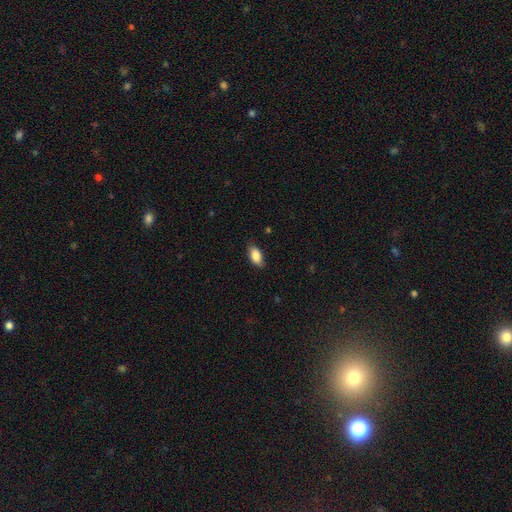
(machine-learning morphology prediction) smooth_or_featured: smooth (p=0.85) [alt: featured or disk p=0.08]
how_rounded: in between (p=0.90) [alt: cigar-shaped p=0.05]
merging: none (p=0.79) [alt: minor disturbance p=0.17]